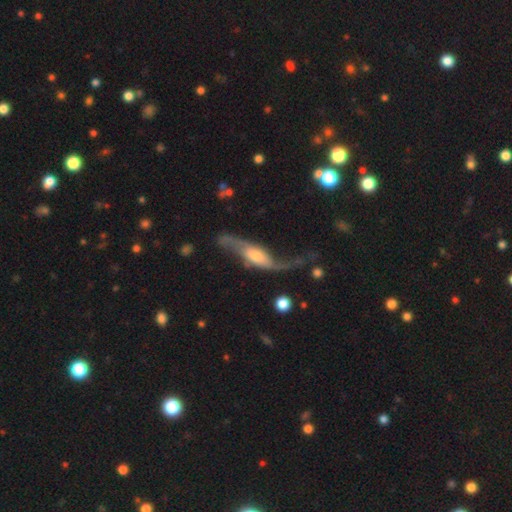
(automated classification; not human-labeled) Smooth or featured: featured or disk — 79% (smooth — 15%)
Edge-on disk: no — 76% (yes — 24%)
Bar: no — 48% (weak — 37%)
Spiral arms: yes — 91% (no — 9%)
Spiral winding: loose — 89% (medium — 8%)
Spiral arm count: 2 — 89% (1 — 5%)
Bulge size: moderate — 48% (small — 26%)
Merging: none — 44% (major disturbance — 28%)